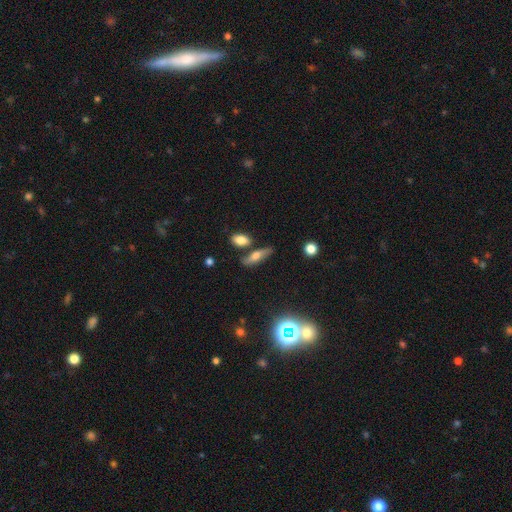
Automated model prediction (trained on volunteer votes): Smooth or featured? Predicted: smooth (p=0.60). How rounded? Predicted: in between (p=0.52). Merging? Predicted: none (p=0.67).